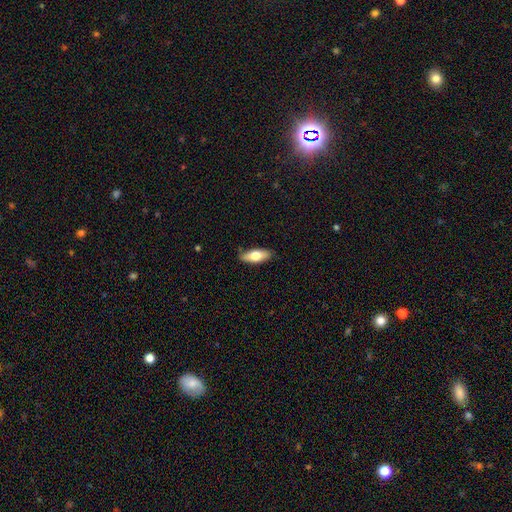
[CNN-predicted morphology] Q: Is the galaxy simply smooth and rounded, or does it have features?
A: smooth — 69%.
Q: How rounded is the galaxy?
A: in between — 76%.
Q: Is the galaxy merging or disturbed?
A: none — 82%.